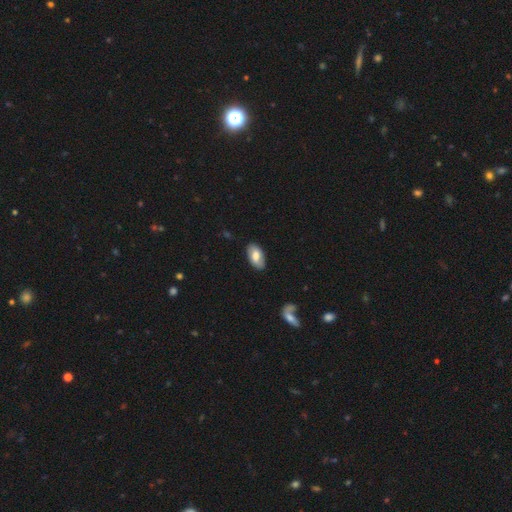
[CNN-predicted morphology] A smooth galaxy with no disk features (71%) that is in between round and cigar-shaped (94%). Merging: none (83%).